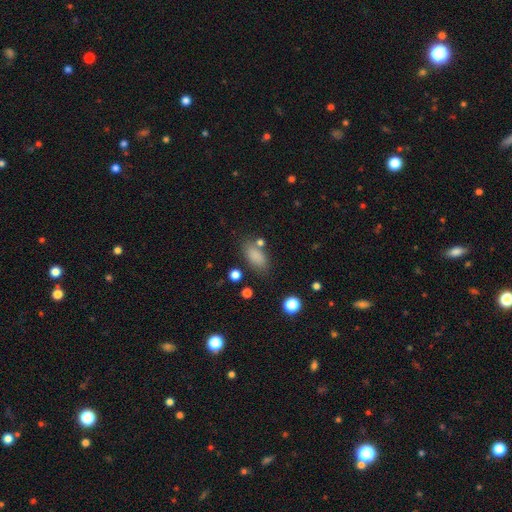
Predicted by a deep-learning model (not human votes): smooth-or-featured: smooth: 84% | star or artifact: 11% | featured or disk: 5%
  how-rounded: in between: 88% | cigar-shaped: 6% | round: 6%
  merging: none: 73% | minor disturbance: 14% | merger: 7% | major disturbance: 5%